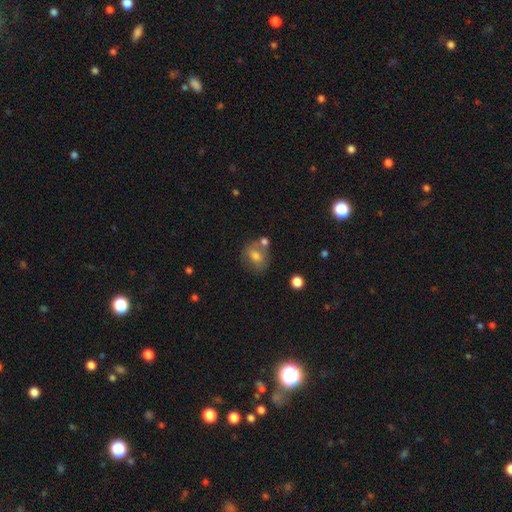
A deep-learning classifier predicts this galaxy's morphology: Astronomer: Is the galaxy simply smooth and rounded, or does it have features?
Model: smooth — 65%.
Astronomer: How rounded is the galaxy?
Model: round — 51% (runner-up: in between, 47%).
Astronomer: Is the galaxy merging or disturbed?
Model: none — 59%.